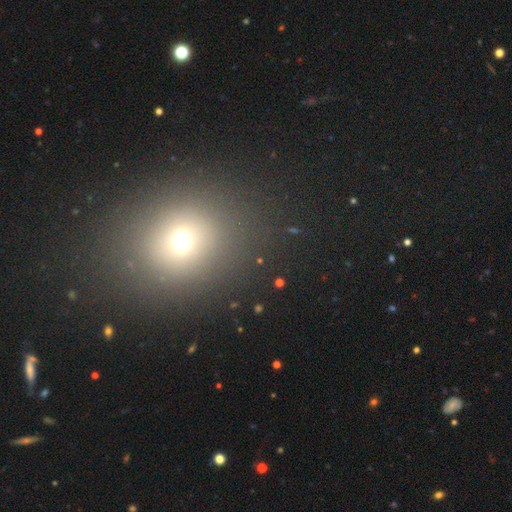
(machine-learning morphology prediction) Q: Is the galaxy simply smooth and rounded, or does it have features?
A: smooth — 57%.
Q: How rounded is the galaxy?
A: round — 70%.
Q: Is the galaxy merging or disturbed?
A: none — 85%.